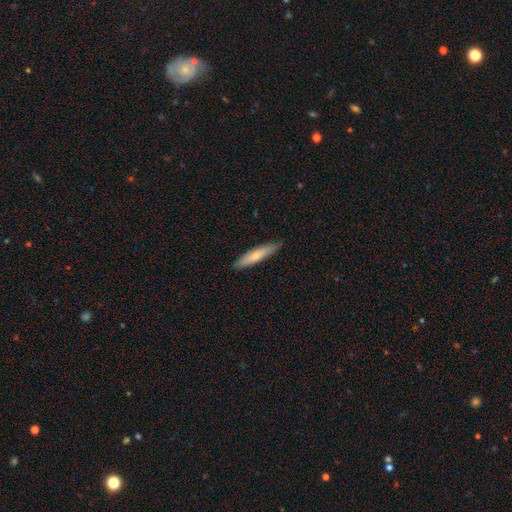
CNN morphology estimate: This appears to be a smooth galaxy with no disk features (63%) that is cigar-shaped (82%). Merging: none (87%).